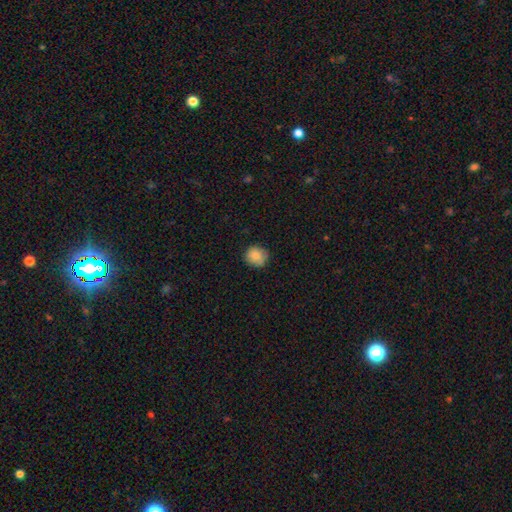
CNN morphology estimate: smooth_or_featured: smooth (p=0.84) [alt: star or artifact p=0.09]
how_rounded: round (p=0.86) [alt: in between p=0.13]
merging: none (p=0.79) [alt: minor disturbance p=0.17]